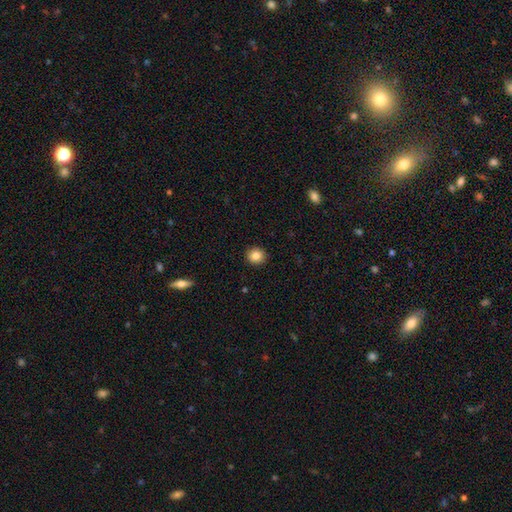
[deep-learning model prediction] A smooth galaxy with no disk features (85%) that is round (88%). Merging: none (92%).